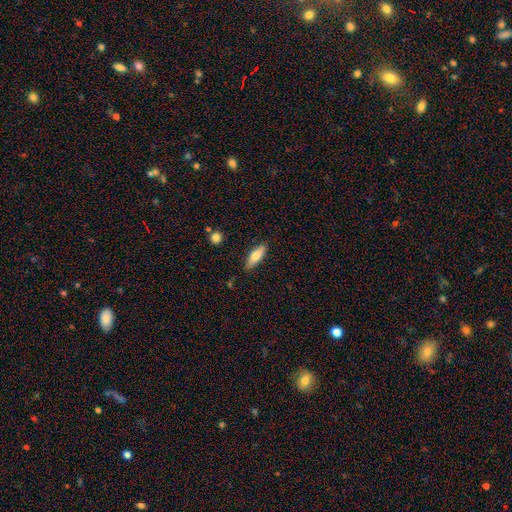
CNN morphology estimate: Q: Smooth or featured?
A: smooth (75%); runner-up: featured or disk (19%)
Q: How rounded?
A: in between (60%); runner-up: cigar-shaped (38%)
Q: Merging?
A: none (85%); runner-up: minor disturbance (11%)